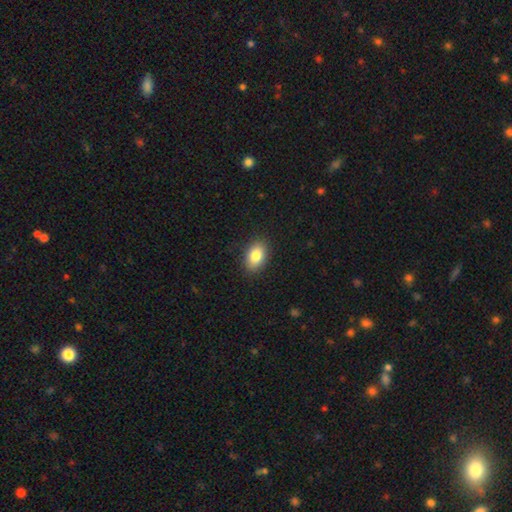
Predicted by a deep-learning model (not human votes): This is clearly a smooth galaxy (83%). How rounded: clearly in between (87%). Merging: clearly none (89%).